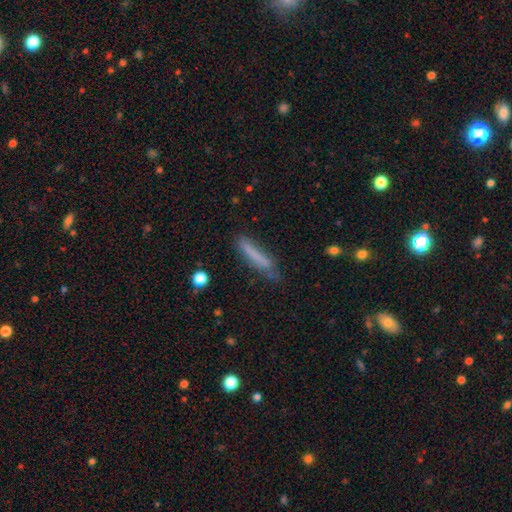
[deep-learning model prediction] Morphology: type=smooth (72%); roundness=cigar-shaped (90%); merging=none (65%).